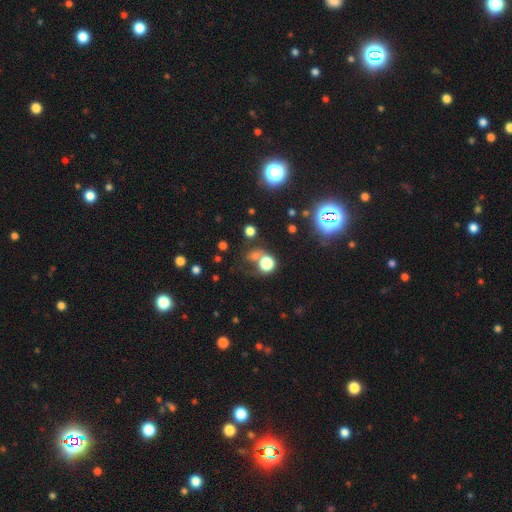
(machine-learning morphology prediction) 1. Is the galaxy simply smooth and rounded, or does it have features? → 47% star or artifact, 43% smooth, 10% featured or disk.